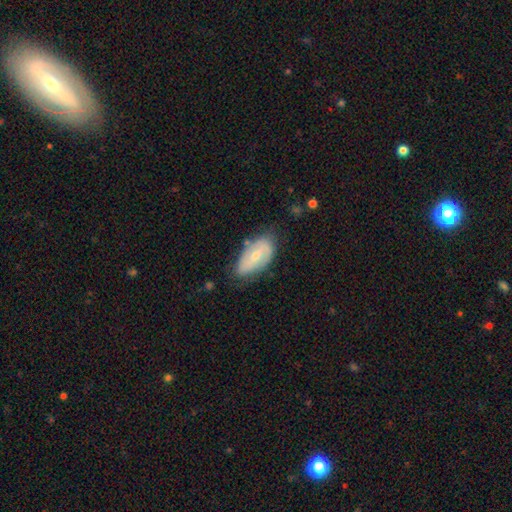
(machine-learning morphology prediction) smooth_or_featured: featured or disk (p=0.49) [alt: smooth p=0.45]
merging: none (p=0.63) [alt: minor disturbance p=0.28]